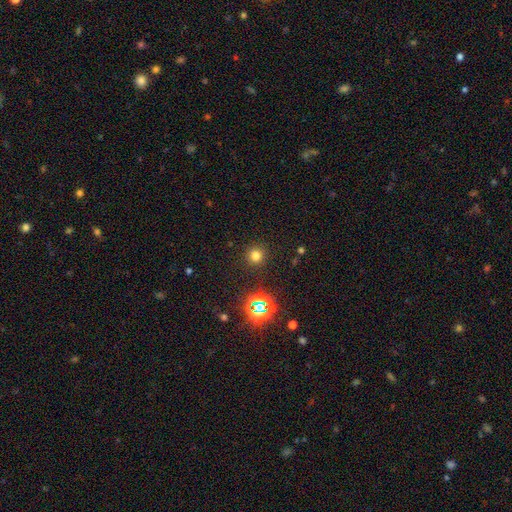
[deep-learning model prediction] Smooth or featured?
  - smooth: 71% *
  - star or artifact: 23%
  - featured or disk: 6%
How rounded?
  - round: 94% *
  - in between: 5%
  - cigar-shaped: 1%
Merging?
  - none: 90% *
  - minor disturbance: 6%
  - major disturbance: 3%
  - merger: 1%